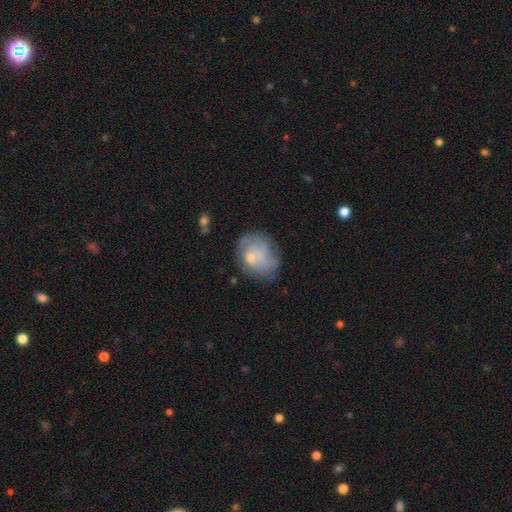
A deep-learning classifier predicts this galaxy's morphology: smooth 51%, featured or disk 41%, star or artifact 8%. Down the decision tree: how rounded — round (55%); merging — none (49%).